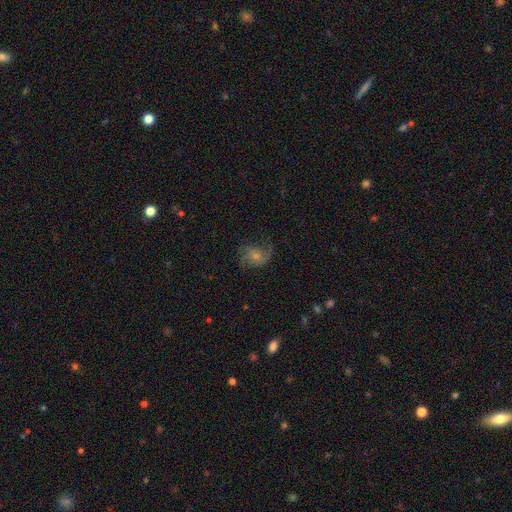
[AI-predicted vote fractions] smooth-or-featured: featured or disk: 59% | smooth: 26% | star or artifact: 15%
  disk-edge-on: no: 97% | yes: 3%
    bar: no: 71% | weak: 25% | strong: 4%
    has-spiral-arms: yes: 88% | no: 12%
      spiral-winding: medium: 44% | loose: 36% | tight: 20%
      spiral-arm-count: 2: 58% | can't tell: 18% | 1: 11% | 3: 8% | 4: 3% | more than 4: 3%
    bulge-size: small: 48% | moderate: 40% | none: 6% | large: 5% | dominant: 2%
  merging: none: 64% | minor disturbance: 20% | major disturbance: 14% | merger: 1%